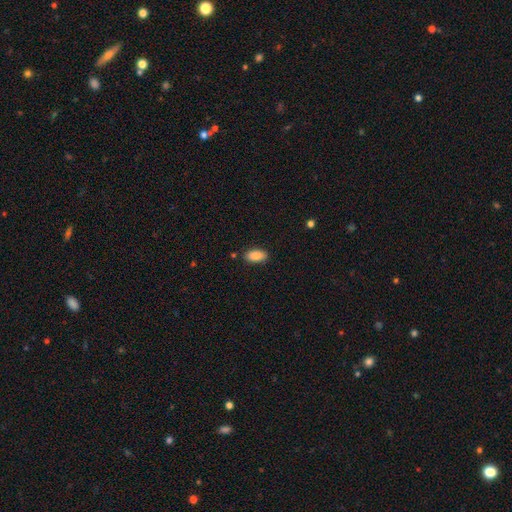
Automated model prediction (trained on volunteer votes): Smooth or featured: smooth — 87% (star or artifact — 7%)
How rounded: in between — 93% (cigar-shaped — 4%)
Merging: none — 86% (minor disturbance — 10%)